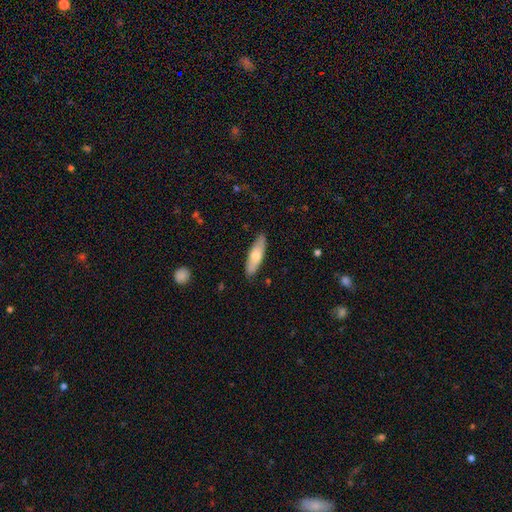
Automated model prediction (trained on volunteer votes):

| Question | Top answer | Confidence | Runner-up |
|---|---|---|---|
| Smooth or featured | smooth | 64% | featured or disk (30%) |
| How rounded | in between | 51% | cigar-shaped (47%) |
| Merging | none | 87% | minor disturbance (10%) |